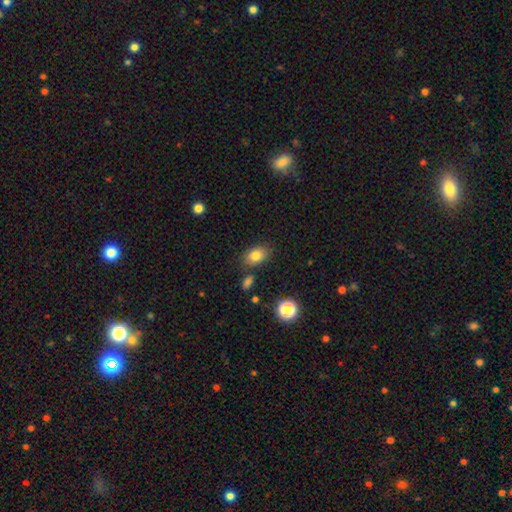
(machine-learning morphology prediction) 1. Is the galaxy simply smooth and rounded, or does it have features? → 81% smooth, 10% star or artifact, 9% featured or disk.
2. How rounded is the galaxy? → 82% in between, 16% round, 2% cigar-shaped.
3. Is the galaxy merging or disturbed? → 79% none, 12% minor disturbance, 5% merger, 3% major disturbance.